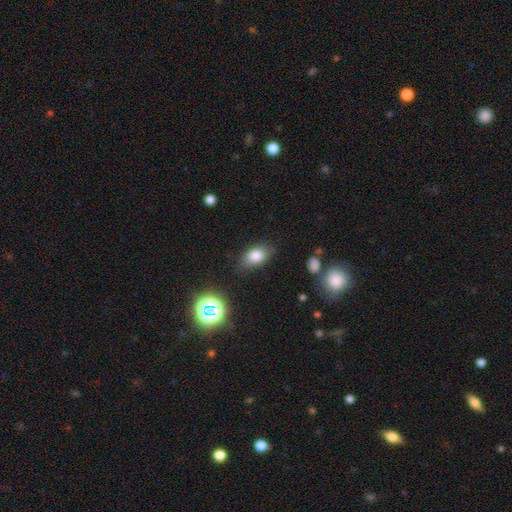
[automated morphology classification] type=smooth (80%); roundness=in between (85%); merging=none (79%).